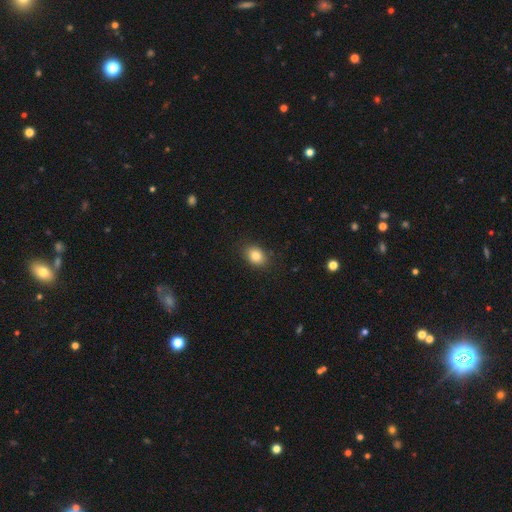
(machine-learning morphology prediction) Q: Smooth or featured?
A: smooth (84%); runner-up: star or artifact (10%)
Q: How rounded?
A: in between (65%); runner-up: round (34%)
Q: Merging?
A: none (86%); runner-up: minor disturbance (11%)